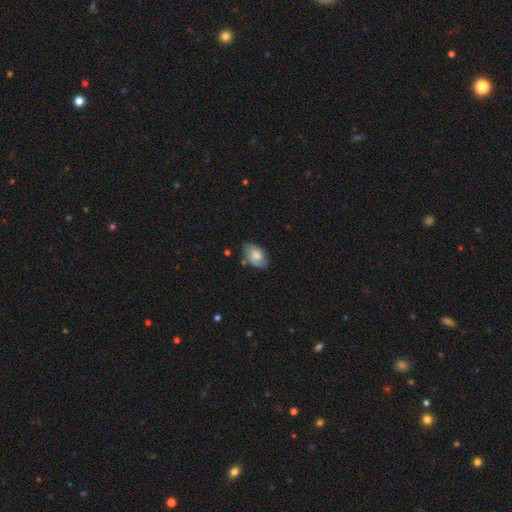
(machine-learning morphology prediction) A smooth galaxy with no disk features (50%) that is in between round and cigar-shaped (89%). Merging: none (66%).